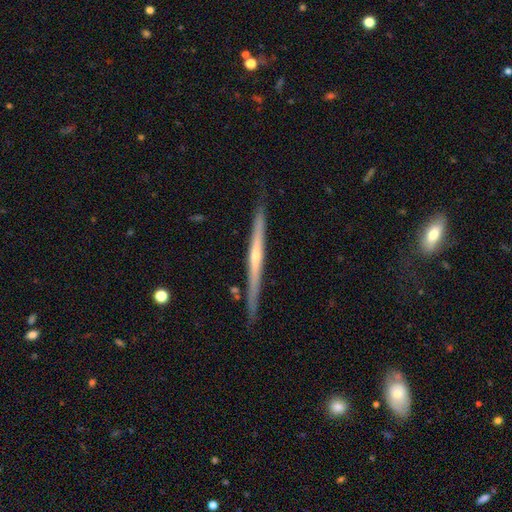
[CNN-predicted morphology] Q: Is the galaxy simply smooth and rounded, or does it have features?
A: featured or disk — 74%.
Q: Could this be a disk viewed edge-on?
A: yes — 97%.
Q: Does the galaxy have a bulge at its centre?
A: rounded — 52%.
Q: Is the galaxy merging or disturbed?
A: none — 86%.